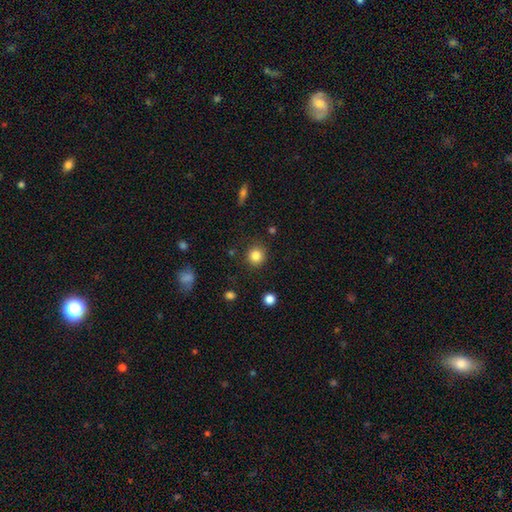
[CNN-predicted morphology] Smooth or featured? smooth (84%)
How rounded? round (91%)
Merging? none (87%)